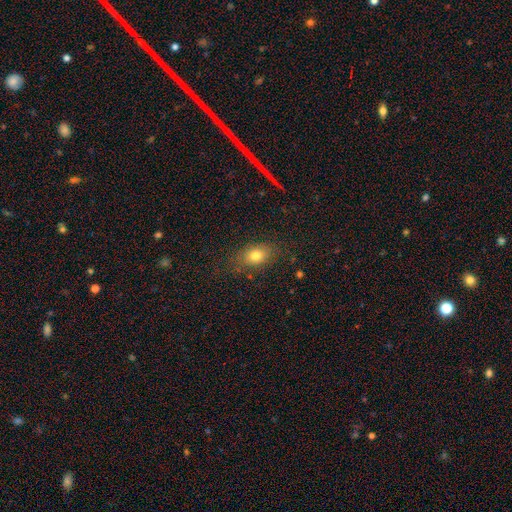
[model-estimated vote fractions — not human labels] A smooth galaxy with no disk features (76%) that is in between round and cigar-shaped (78%).

Vote fractions:
- Smooth or featured? smooth: 76% / featured or disk: 13% / star or artifact: 11%
- How rounded? in between: 78% / round: 19% / cigar-shaped: 4%
- Merging? none: 78% / minor disturbance: 15% / major disturbance: 5% / merger: 2%